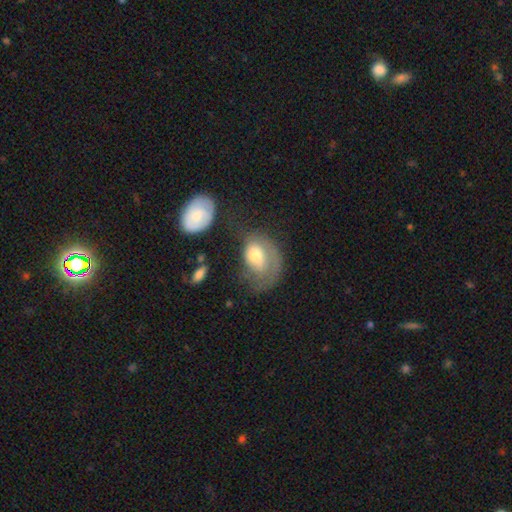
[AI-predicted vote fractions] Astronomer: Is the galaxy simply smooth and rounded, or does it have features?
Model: smooth — 53% (runner-up: featured or disk, 39%).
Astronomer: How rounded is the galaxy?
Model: in between — 74%.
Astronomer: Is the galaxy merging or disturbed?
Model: major disturbance — 44% (runner-up: none, 26%).